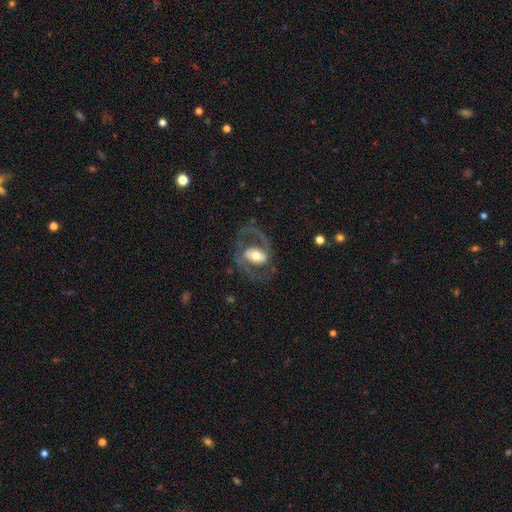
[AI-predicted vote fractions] This is likely a featured or disk galaxy (79%). It is clearly not viewed edge-on (96%). Bar: marginally weak (35%, tied with no). Spiral arm pattern: clearly yes (82%). Spiral arm count: clearly 2 (86%). Spiral winding: possibly medium (55%). Central bulge: likely moderate (62%). Merging: likely none (65%).